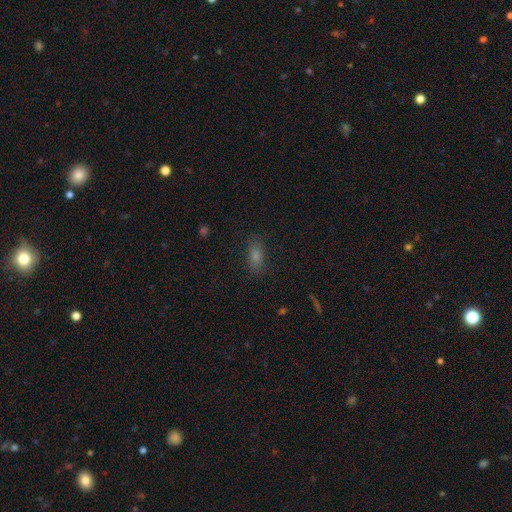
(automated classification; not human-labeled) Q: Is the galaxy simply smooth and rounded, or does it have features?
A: smooth — 67%.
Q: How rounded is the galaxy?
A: in between — 79%.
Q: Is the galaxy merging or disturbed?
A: none — 84%.